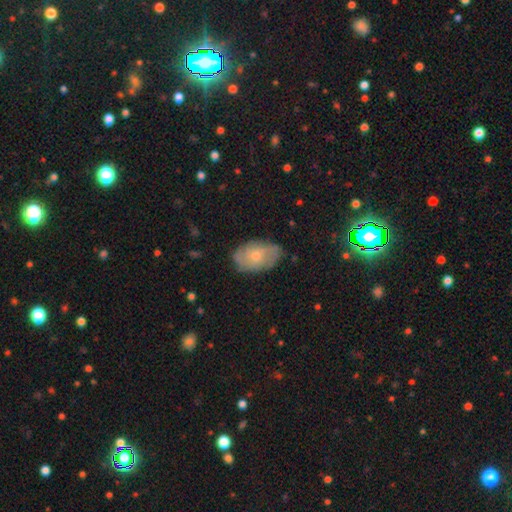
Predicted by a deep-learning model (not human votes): Overall: smooth (50%; featured or disk 43%). Merging: none (73%).